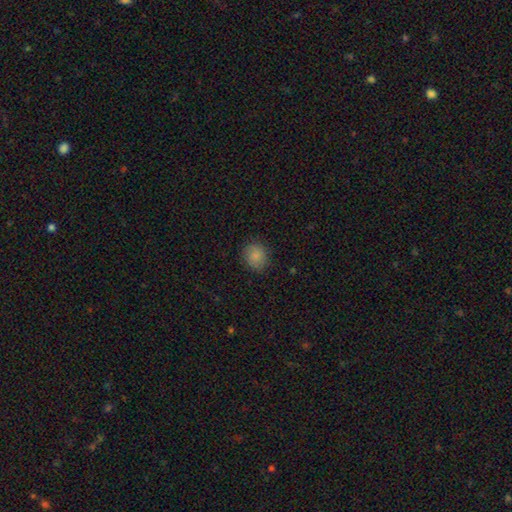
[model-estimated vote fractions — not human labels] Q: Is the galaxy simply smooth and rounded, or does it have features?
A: smooth — 86%.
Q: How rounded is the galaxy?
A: round — 76%.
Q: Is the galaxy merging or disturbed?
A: none — 85%.